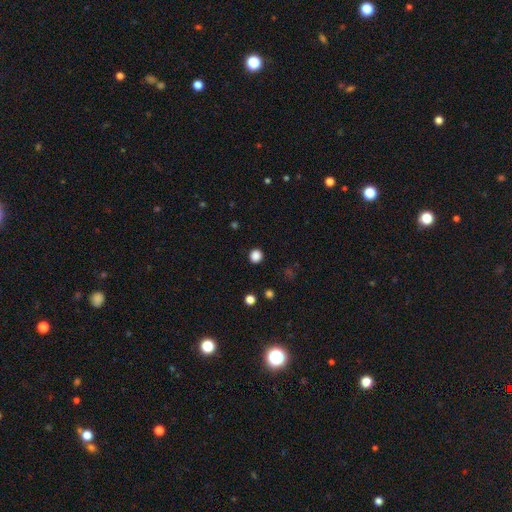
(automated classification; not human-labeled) Q: Smooth or featured?
A: smooth (85%); runner-up: star or artifact (12%)
Q: How rounded?
A: round (91%); runner-up: in between (8%)
Q: Merging?
A: none (92%); runner-up: minor disturbance (5%)